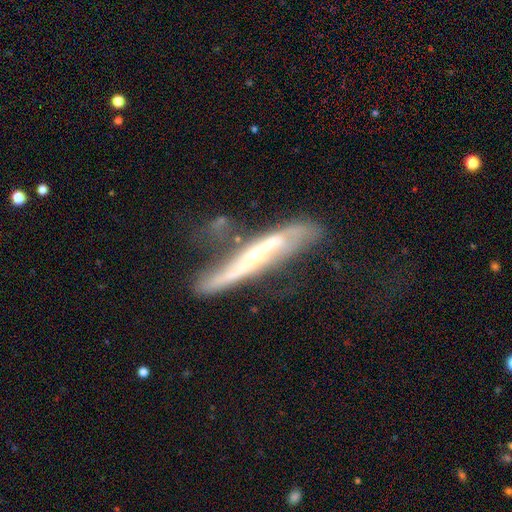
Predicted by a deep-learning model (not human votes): A featured or disk galaxy (74%) viewed edge-on (55%).

Vote fractions:
- Smooth or featured? featured or disk: 74% / smooth: 19% / star or artifact: 7%
- Edge-on disk? yes: 55% / no: 45%
- Merging? none: 44% / minor disturbance: 28% / major disturbance: 20% / merger: 8%